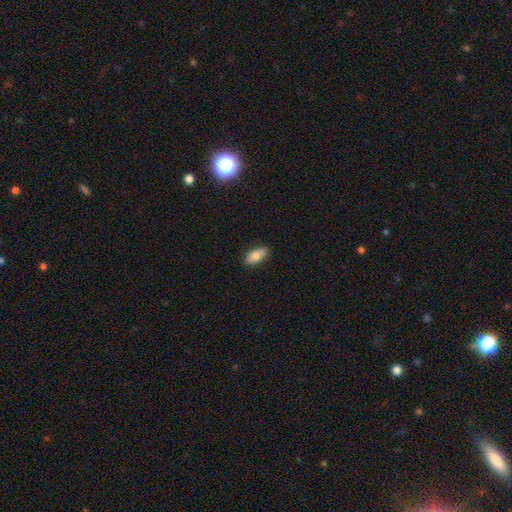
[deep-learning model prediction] This is clearly a smooth galaxy (81%). How rounded: clearly in between (87%). Merging: clearly none (83%).